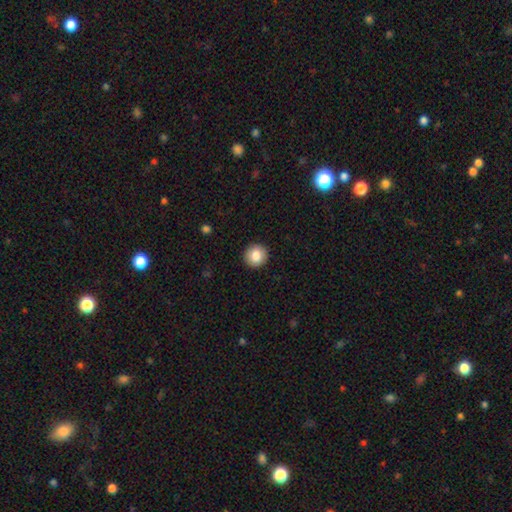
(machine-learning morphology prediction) smooth-or-featured: smooth: 84% | star or artifact: 8% | featured or disk: 8%
  how-rounded: round: 93% | in between: 6% | cigar-shaped: 1%
  merging: none: 93% | minor disturbance: 5% | major disturbance: 1% | merger: 1%